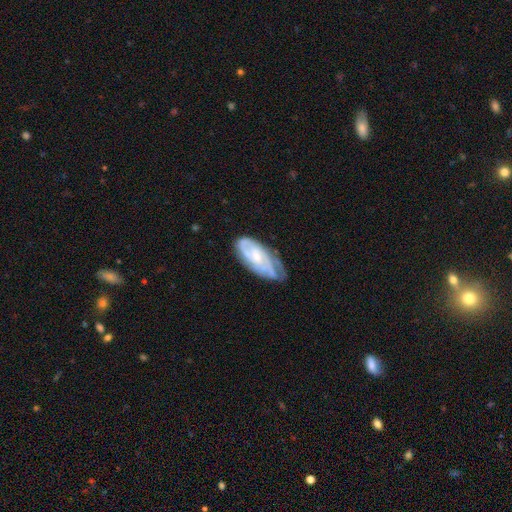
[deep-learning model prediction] featured or disk 70%, smooth 24%, star or artifact 7%. Down the decision tree: edge-on disk — no (90%); bar — no (68%); spiral arms — yes (83%); spiral arm count — can't tell (48%); spiral winding — tight (59%); bulge size — small (61%); merging — none (61%).